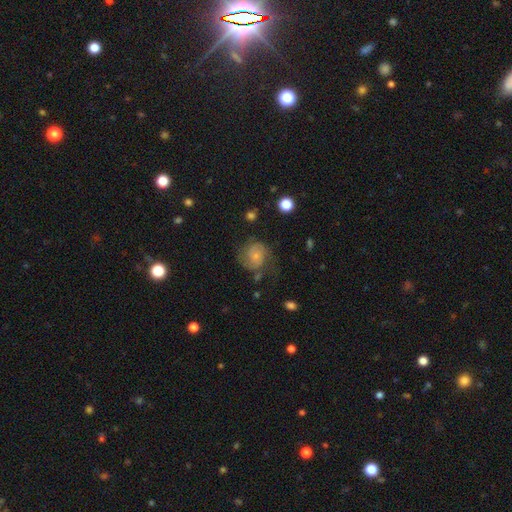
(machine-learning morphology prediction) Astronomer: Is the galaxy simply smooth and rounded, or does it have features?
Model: featured or disk — 50% (runner-up: smooth, 40%).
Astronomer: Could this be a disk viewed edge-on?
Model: no — 97%.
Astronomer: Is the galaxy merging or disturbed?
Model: none — 52%.